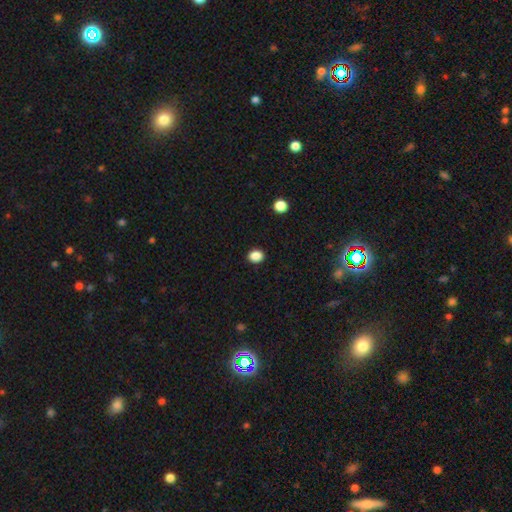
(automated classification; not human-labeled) This is clearly a smooth galaxy (87%). How rounded: possibly round (57%). Merging: clearly none (91%).